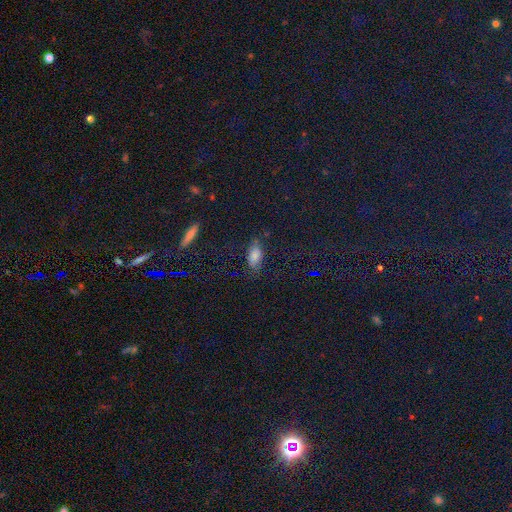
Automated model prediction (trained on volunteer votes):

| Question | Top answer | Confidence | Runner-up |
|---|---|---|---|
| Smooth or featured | smooth | 62% | star or artifact (26%) |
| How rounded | in between | 84% | round (8%) |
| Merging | none | 69% | minor disturbance (20%) |